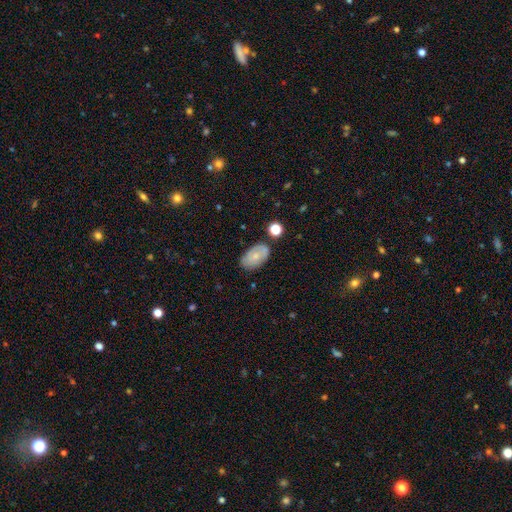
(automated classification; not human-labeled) Smooth or featured? smooth (64%)
How rounded? in between (91%)
Merging? none (74%)